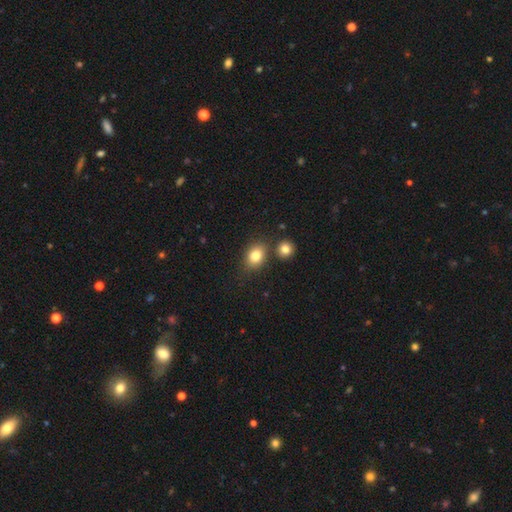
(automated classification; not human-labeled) Smooth or featured: smooth — 82% (star or artifact — 10%)
How rounded: in between — 62% (round — 37%)
Merging: none — 70% (merger — 14%)